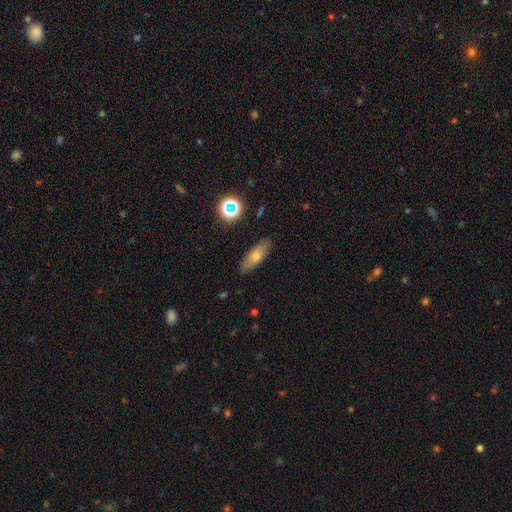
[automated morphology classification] smooth_or_featured: smooth (p=0.64) [alt: featured or disk p=0.25]
how_rounded: in between (p=0.58) [alt: cigar-shaped p=0.38]
merging: none (p=0.87) [alt: minor disturbance p=0.10]